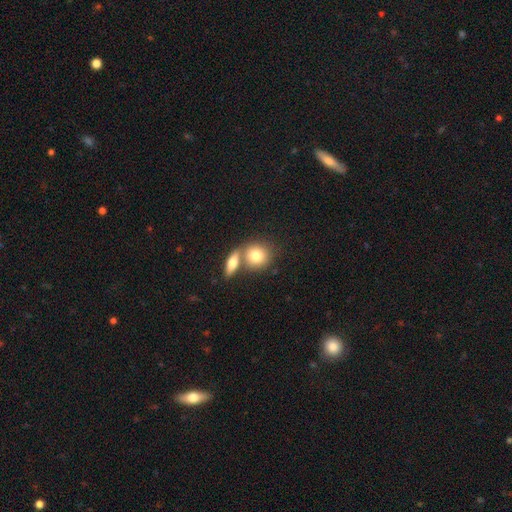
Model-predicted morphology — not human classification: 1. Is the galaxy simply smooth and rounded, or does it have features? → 76% smooth, 17% featured or disk, 7% star or artifact.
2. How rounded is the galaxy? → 71% round, 27% in between, 3% cigar-shaped.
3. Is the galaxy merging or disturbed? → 48% none, 42% merger, 8% minor disturbance, 3% major disturbance.